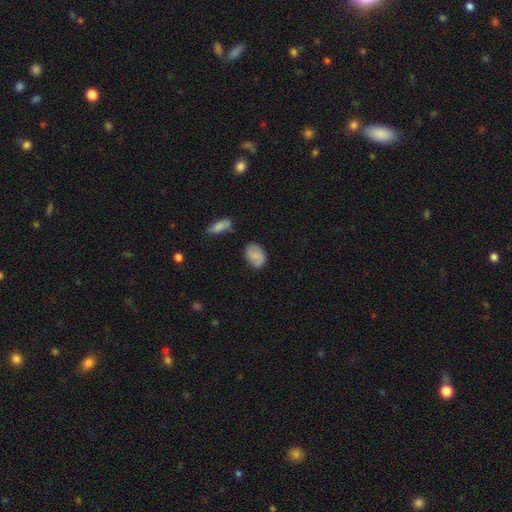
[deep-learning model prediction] Q: Smooth or featured?
A: smooth (74%); runner-up: featured or disk (18%)
Q: How rounded?
A: in between (79%); runner-up: round (20%)
Q: Merging?
A: none (74%); runner-up: minor disturbance (18%)